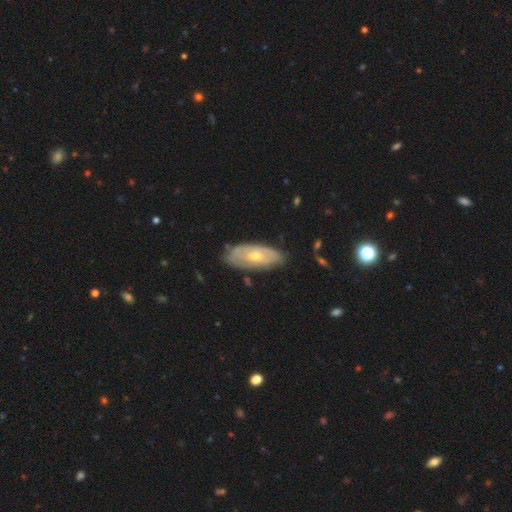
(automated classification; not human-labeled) This appears to be a featured or disk galaxy (61%) with no bar (75%), spiral arms (55%) and a moderate central bulge (53%). Merging: none (79%).